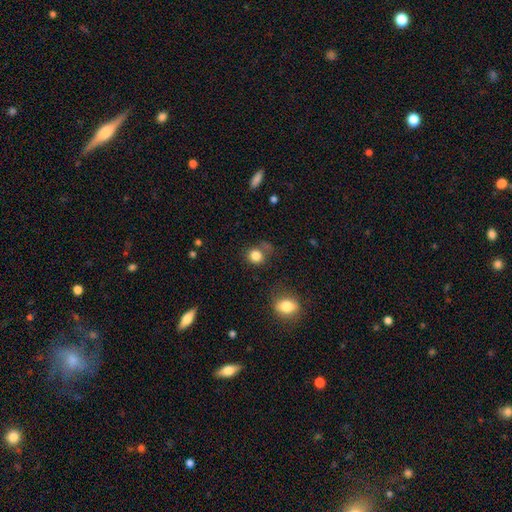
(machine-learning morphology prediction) Smooth or featured? Predicted: smooth (p=0.83). How rounded? Predicted: round (p=0.80). Merging? Predicted: none (p=0.66).